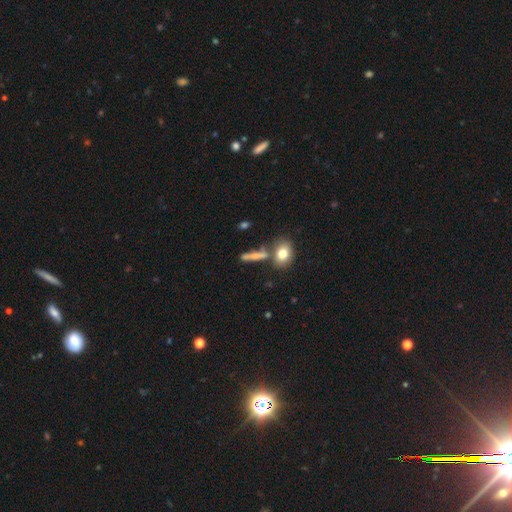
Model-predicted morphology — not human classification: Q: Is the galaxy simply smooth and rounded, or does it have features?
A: smooth — 68%.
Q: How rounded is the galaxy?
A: cigar-shaped — 63%.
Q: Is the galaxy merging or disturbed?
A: none — 63%.